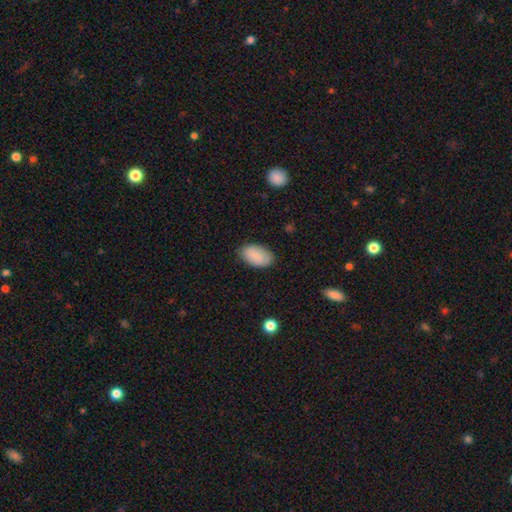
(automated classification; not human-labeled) A smooth galaxy with no disk features (84%) that is in between round and cigar-shaped (94%). Merging: none (83%).